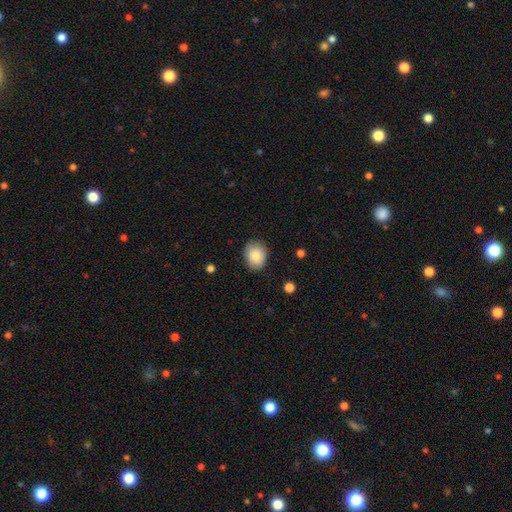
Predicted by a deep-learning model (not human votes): smooth-or-featured: smooth: 84% | featured or disk: 9% | star or artifact: 7%
  how-rounded: in between: 53% | round: 46% | cigar-shaped: 1%
  merging: none: 81% | minor disturbance: 15% | major disturbance: 3% | merger: 1%